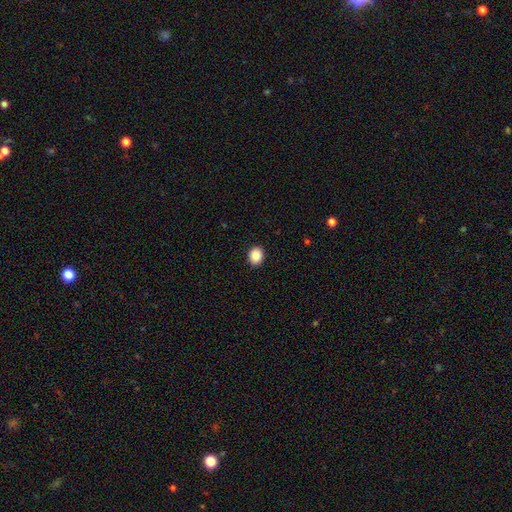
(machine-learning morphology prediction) smooth-or-featured: smooth: 88% | star or artifact: 8% | featured or disk: 4%
  how-rounded: round: 55% | in between: 44% | cigar-shaped: 1%
  merging: none: 92% | minor disturbance: 6% | major disturbance: 2% | merger: 1%